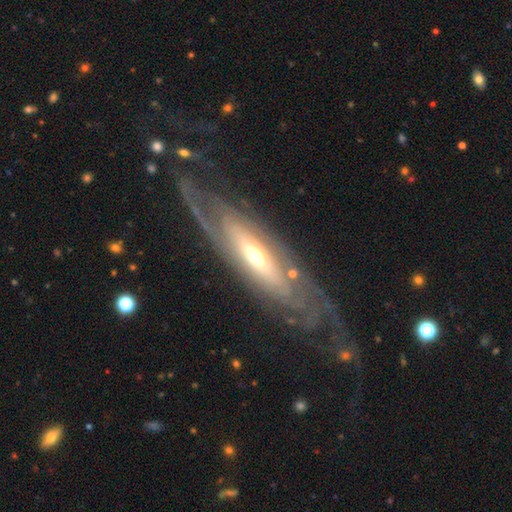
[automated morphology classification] Smooth or featured?
  - featured or disk: 84% *
  - smooth: 11%
  - star or artifact: 5%
Edge-on disk?
  - no: 74% *
  - yes: 26%
Bar?
  - no: 62% *
  - weak: 24%
  - strong: 14%
Spiral arms?
  - yes: 81% *
  - no: 19%
Spiral winding?
  - tight: 63% *
  - medium: 26%
  - loose: 12%
Spiral arm count?
  - can't tell: 57% *
  - 2: 20%
  - 3: 7%
  - 4: 6%
  - 1: 5%
  - more than 4: 5%
Bulge size?
  - moderate: 59% *
  - small: 28%
  - large: 10%
  - dominant: 2%
  - none: 1%
Merging?
  - none: 67% *
  - minor disturbance: 17%
  - major disturbance: 14%
  - merger: 2%